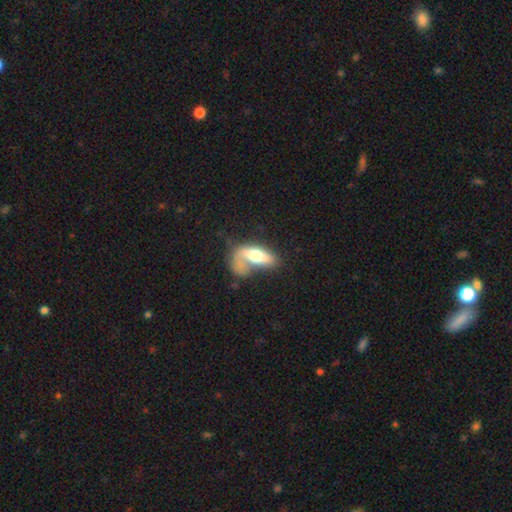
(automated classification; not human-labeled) Smooth or featured?
  - smooth: 58% *
  - featured or disk: 35%
  - star or artifact: 6%
How rounded?
  - in between: 75% *
  - cigar-shaped: 20%
  - round: 5%
Merging?
  - major disturbance: 34% *
  - none: 24%
  - merger: 23%
  - minor disturbance: 19%